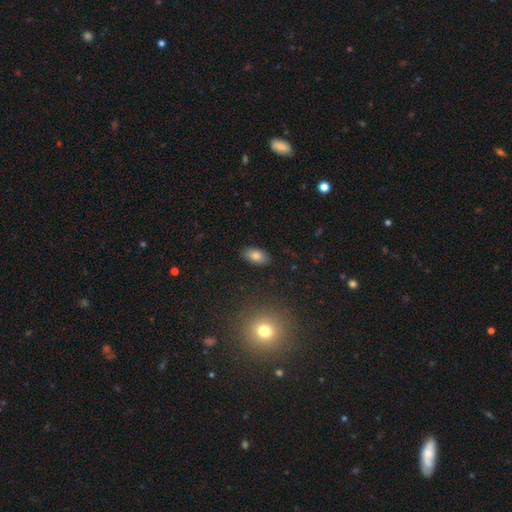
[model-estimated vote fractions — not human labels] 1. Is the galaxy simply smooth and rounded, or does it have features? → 81% smooth, 10% featured or disk, 9% star or artifact.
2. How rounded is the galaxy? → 92% in between, 5% round, 3% cigar-shaped.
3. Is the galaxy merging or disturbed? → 88% none, 9% minor disturbance, 2% major disturbance, 1% merger.